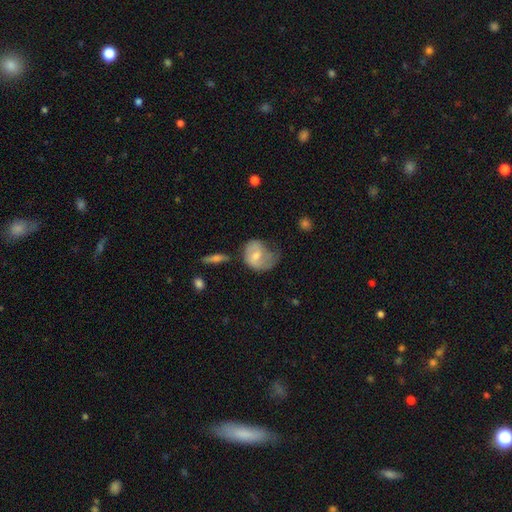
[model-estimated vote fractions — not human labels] A smooth galaxy with no disk features (51%) that is round (51%).

Vote fractions:
- Smooth or featured? smooth: 51% / featured or disk: 42% / star or artifact: 7%
- How rounded? round: 51% / in between: 48% / cigar-shaped: 1%
- Merging? major disturbance: 36% / minor disturbance: 32% / none: 28% / merger: 5%